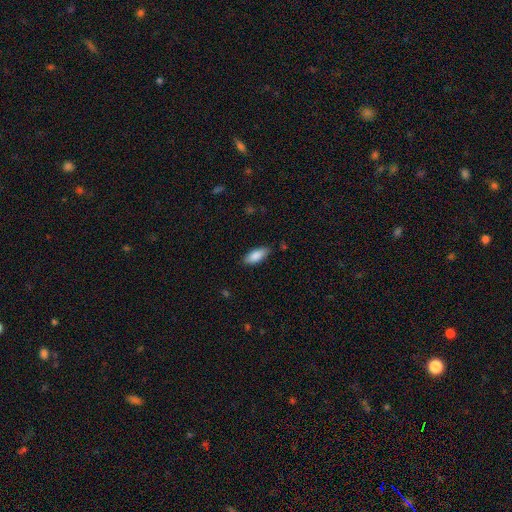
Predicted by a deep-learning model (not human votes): smooth 86%, featured or disk 8%, star or artifact 6%. Down the decision tree: how rounded — in between (81%); merging — none (82%).